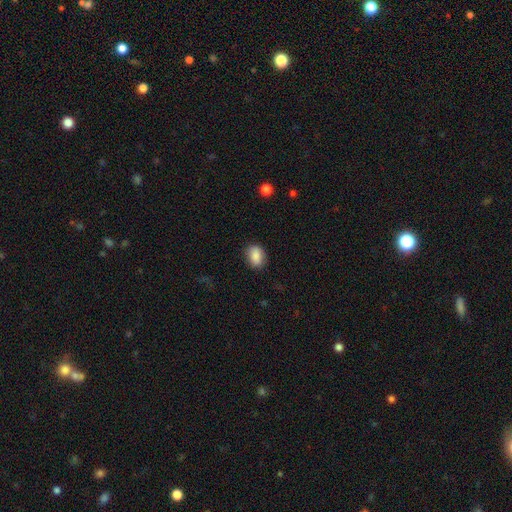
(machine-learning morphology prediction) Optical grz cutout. It shows a smooth galaxy with no disk features (87%) that is in between round and cigar-shaped (76%). Merging: none (82%).